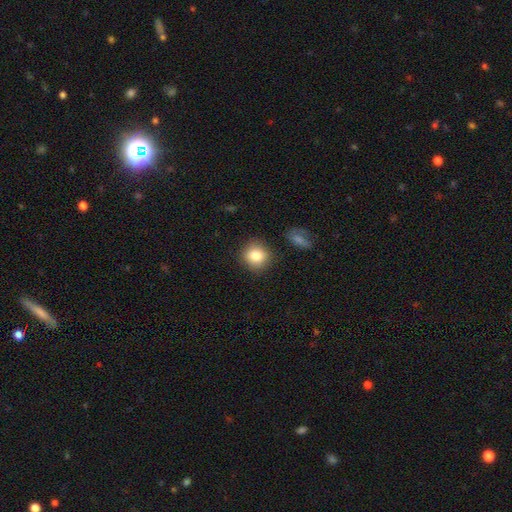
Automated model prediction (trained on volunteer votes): This appears to be a smooth galaxy with no disk features (84%) that is round (85%). Merging: none (86%).